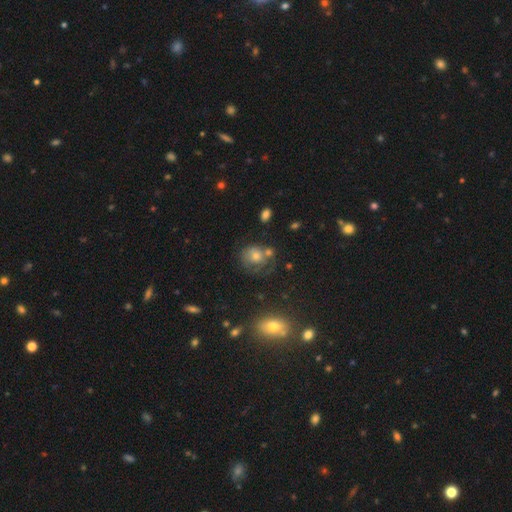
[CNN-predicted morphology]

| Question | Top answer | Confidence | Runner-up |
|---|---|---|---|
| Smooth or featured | smooth | 55% | featured or disk (28%) |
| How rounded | round | 72% | in between (27%) |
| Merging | none | 56% | minor disturbance (21%) |